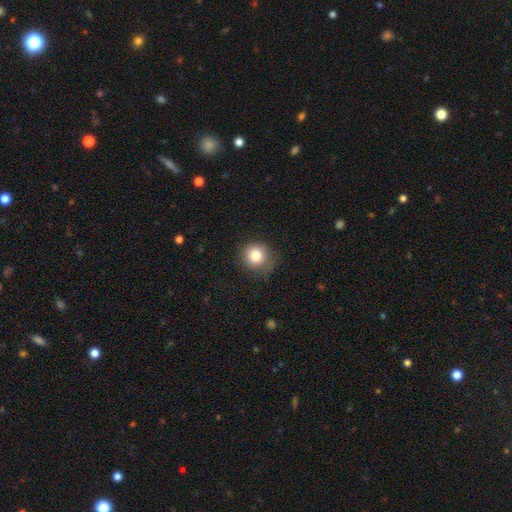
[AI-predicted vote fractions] Morphology: type=smooth (82%); roundness=round (91%); merging=none (75%).